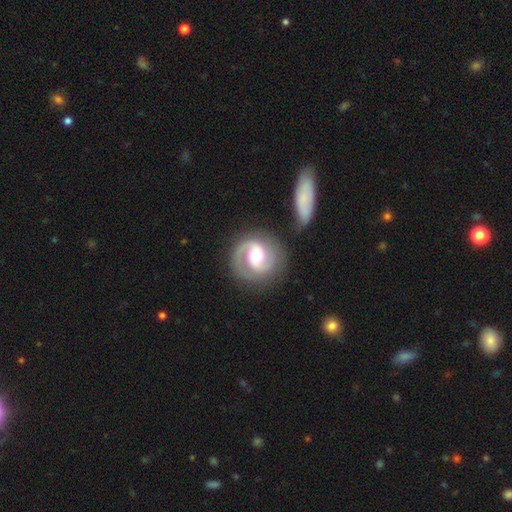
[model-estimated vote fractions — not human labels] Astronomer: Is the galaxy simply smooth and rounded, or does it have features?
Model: featured or disk — 86%.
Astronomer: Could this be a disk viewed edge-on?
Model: no — 98%.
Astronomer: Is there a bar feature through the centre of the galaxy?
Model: weak — 41% (runner-up: no, 40%).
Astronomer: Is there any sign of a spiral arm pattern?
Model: yes — 97%.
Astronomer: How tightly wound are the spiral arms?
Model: medium — 48% (runner-up: tight, 38%).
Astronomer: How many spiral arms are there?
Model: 2 — 85%.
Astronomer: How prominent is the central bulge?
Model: moderate — 72%.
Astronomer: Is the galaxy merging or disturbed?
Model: none — 79%.